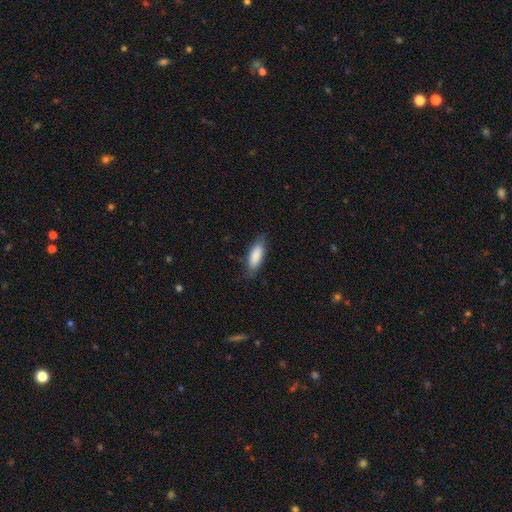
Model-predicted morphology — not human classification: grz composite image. It shows a smooth galaxy with no disk features (86%) that is in between round and cigar-shaped (67%). Merging: none (79%).